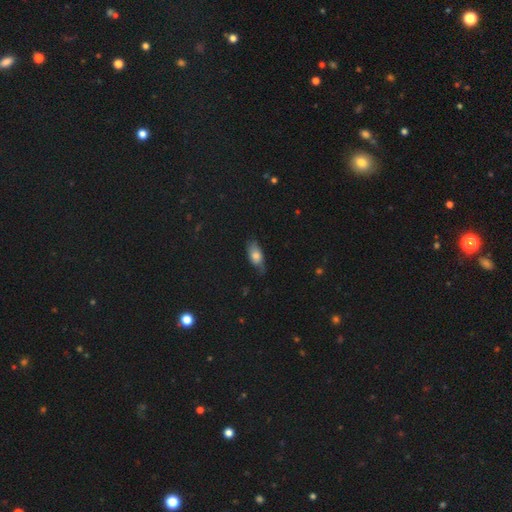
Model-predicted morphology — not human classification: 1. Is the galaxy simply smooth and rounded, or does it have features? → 68% smooth, 23% featured or disk, 10% star or artifact.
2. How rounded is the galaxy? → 84% in between, 11% cigar-shaped, 5% round.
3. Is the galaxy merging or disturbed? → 60% none, 30% minor disturbance, 8% major disturbance, 2% merger.